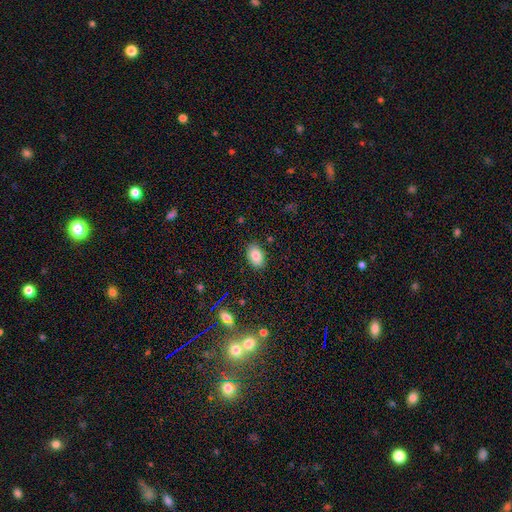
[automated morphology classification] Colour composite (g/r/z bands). It shows a smooth galaxy with no disk features (83%) that is in between round and cigar-shaped (89%). Merging: none (87%).